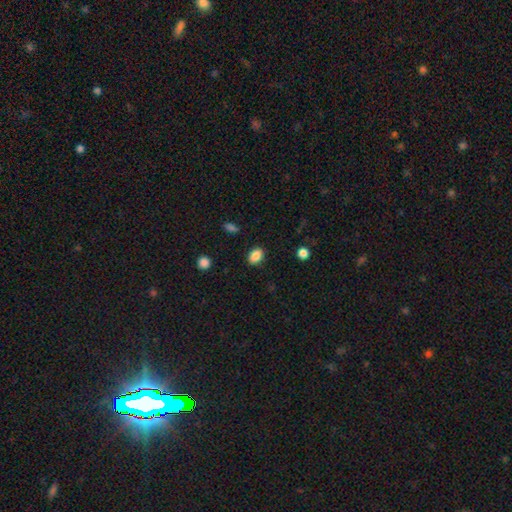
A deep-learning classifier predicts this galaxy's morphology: type=smooth (87%); roundness=in between (77%); merging=none (88%).